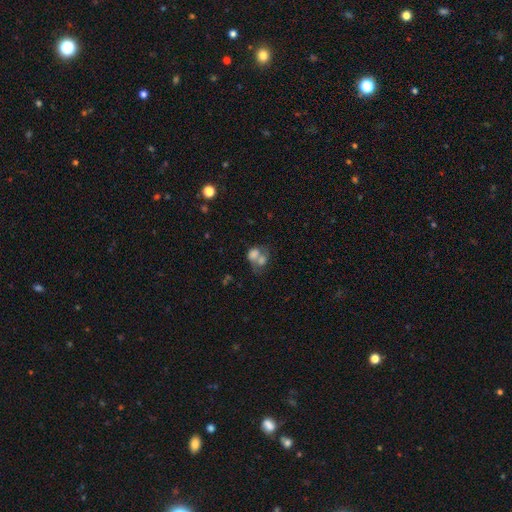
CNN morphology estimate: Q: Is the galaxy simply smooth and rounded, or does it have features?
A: smooth — 67%.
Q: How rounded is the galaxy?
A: in between — 53%.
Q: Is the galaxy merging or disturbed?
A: merger — 66%.